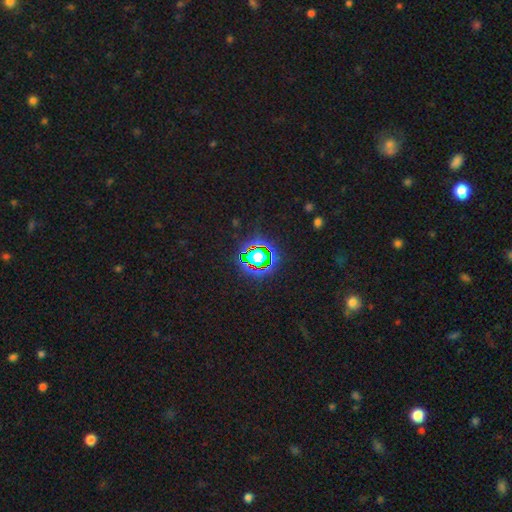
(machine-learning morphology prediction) type=star or artifact (71%).